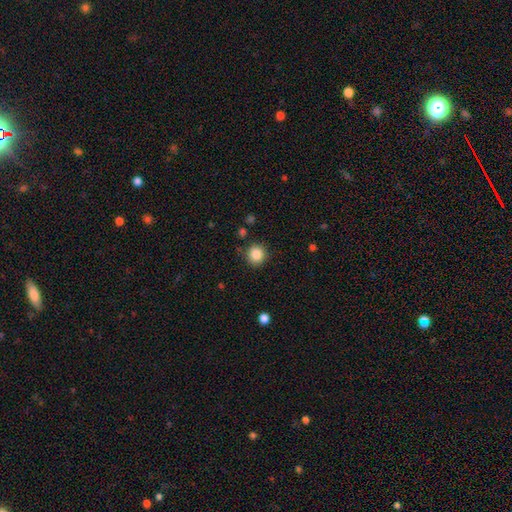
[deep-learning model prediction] This is clearly a smooth galaxy (86%). How rounded: clearly round (92%). Merging: clearly none (87%).